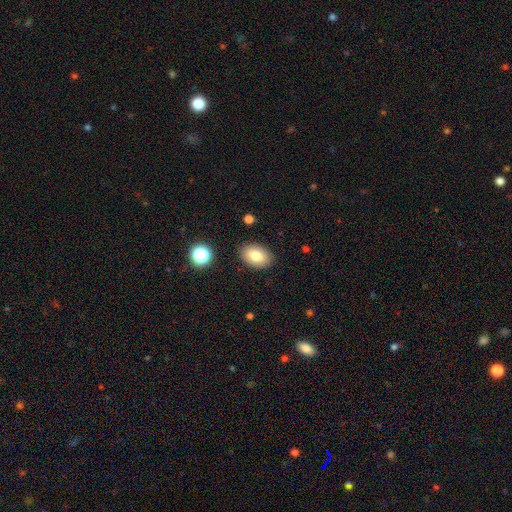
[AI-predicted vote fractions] A smooth galaxy with no disk features (79%) that is in between round and cigar-shaped (85%).

Vote fractions:
- Smooth or featured? smooth: 79% / featured or disk: 12% / star or artifact: 9%
- How rounded? in between: 85% / round: 14% / cigar-shaped: 1%
- Merging? none: 87% / minor disturbance: 9% / major disturbance: 2% / merger: 2%